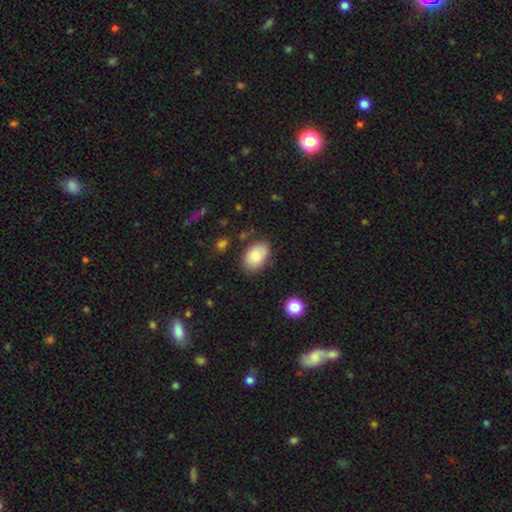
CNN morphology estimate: Smooth or featured? smooth (84%)
How rounded? in between (88%)
Merging? none (75%)